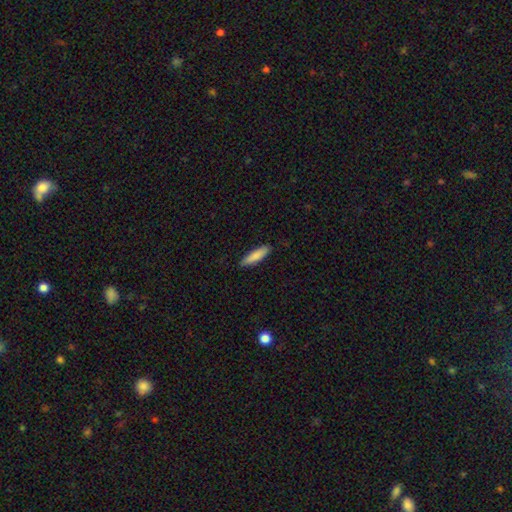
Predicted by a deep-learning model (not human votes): Smooth or featured? Predicted: smooth (p=0.85). How rounded? Predicted: cigar-shaped (p=0.74). Merging? Predicted: none (p=0.87).